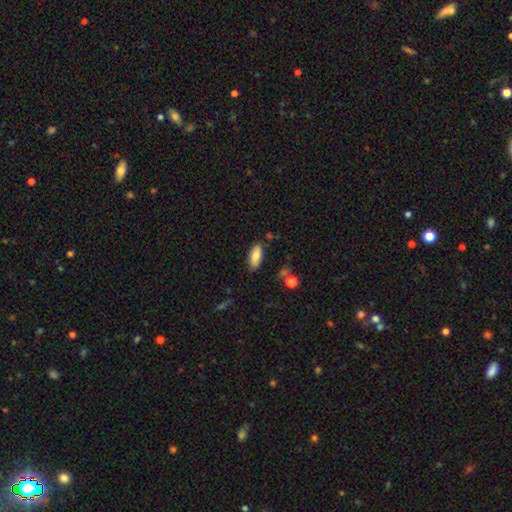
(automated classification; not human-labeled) smooth 80%, featured or disk 12%, star or artifact 7%. Down the decision tree: how rounded — in between (88%); merging — none (77%).